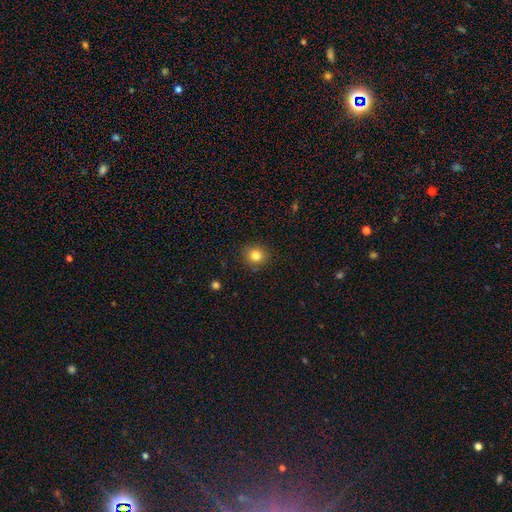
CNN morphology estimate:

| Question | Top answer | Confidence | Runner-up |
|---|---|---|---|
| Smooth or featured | smooth | 82% | star or artifact (12%) |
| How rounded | round | 87% | in between (12%) |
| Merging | none | 89% | minor disturbance (8%) |